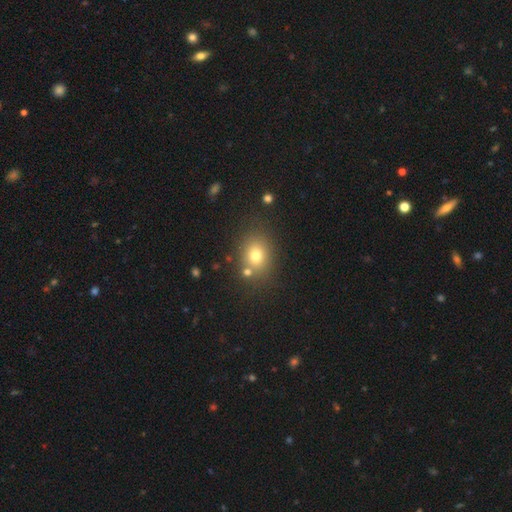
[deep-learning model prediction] A smooth galaxy with no disk features (74%) that is round (50%).

Vote fractions:
- Smooth or featured? smooth: 74% / star or artifact: 15% / featured or disk: 12%
- How rounded? round: 50% / in between: 49% / cigar-shaped: 1%
- Merging? none: 75% / minor disturbance: 11% / merger: 10% / major disturbance: 4%